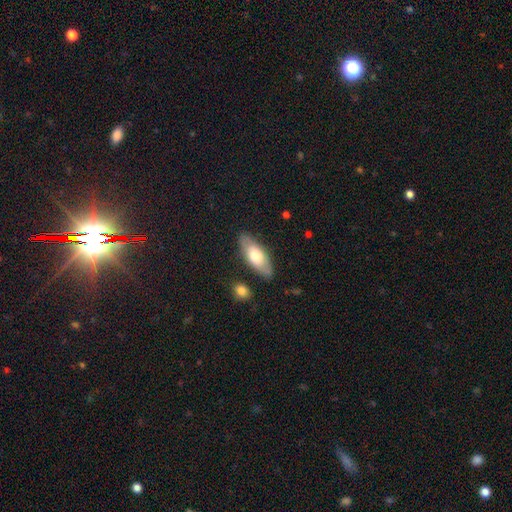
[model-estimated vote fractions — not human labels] smooth-or-featured: smooth: 67% | featured or disk: 28% | star or artifact: 6%
  how-rounded: in between: 75% | cigar-shaped: 22% | round: 2%
  merging: none: 83% | minor disturbance: 12% | merger: 3% | major disturbance: 3%